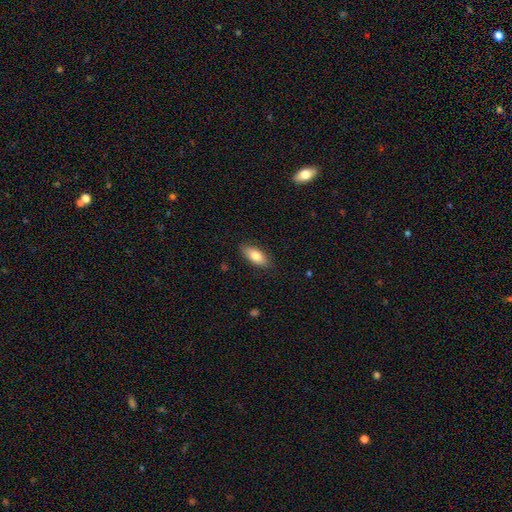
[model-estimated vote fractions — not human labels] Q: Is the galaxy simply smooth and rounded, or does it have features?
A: smooth — 79%.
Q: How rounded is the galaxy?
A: in between — 84%.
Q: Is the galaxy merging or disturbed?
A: none — 86%.